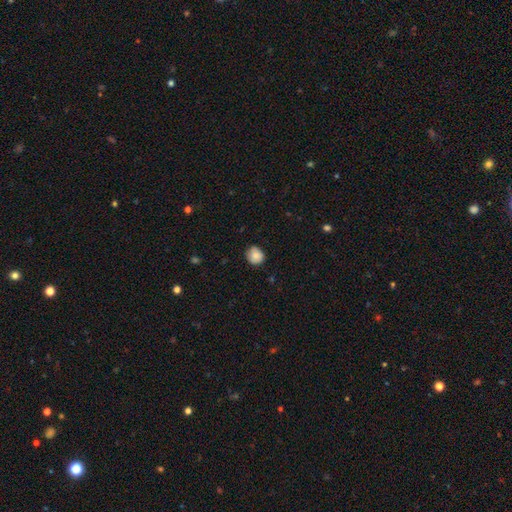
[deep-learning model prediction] This appears to be a smooth galaxy with no disk features (84%) that is round (82%). Merging: none (78%).